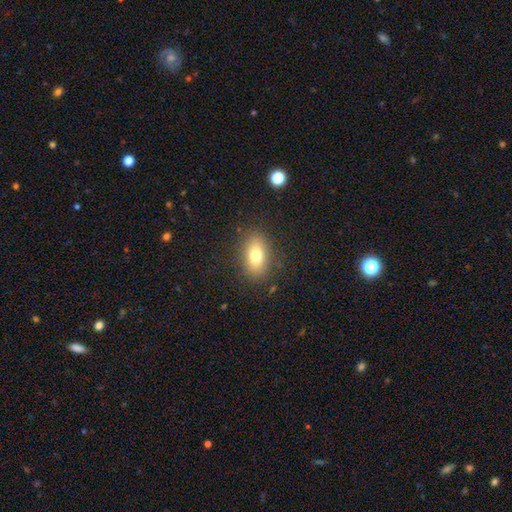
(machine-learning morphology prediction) Q: Smooth or featured?
A: smooth (76%); runner-up: featured or disk (14%)
Q: How rounded?
A: in between (85%); runner-up: round (12%)
Q: Merging?
A: none (85%); runner-up: minor disturbance (10%)